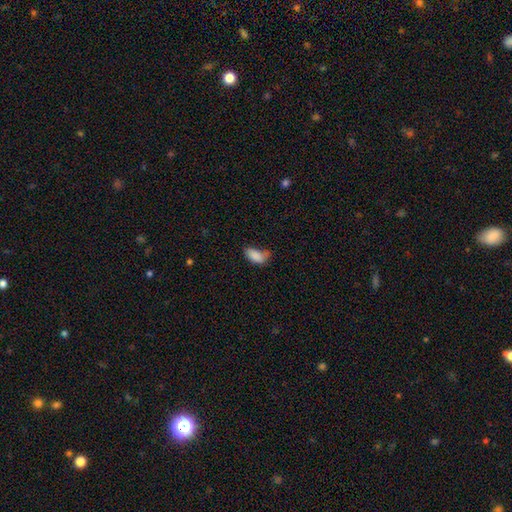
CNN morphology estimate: This appears to be a smooth galaxy with no disk features (84%) that is in between round and cigar-shaped (93%). Merging: none (39%).